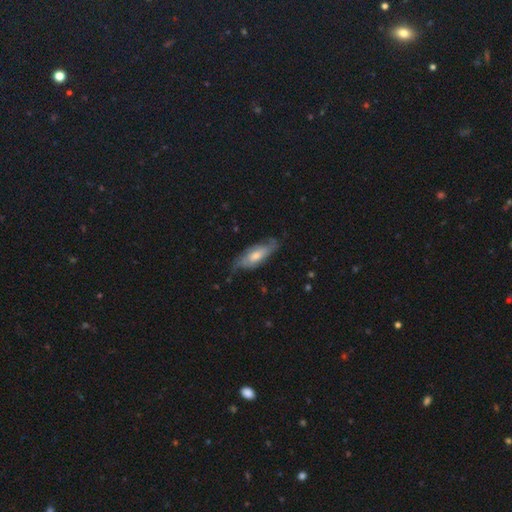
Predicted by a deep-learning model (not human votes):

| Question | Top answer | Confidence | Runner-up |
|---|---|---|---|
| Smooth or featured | featured or disk | 66% | smooth (28%) |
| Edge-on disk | no | 83% | yes (17%) |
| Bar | no | 65% | weak (29%) |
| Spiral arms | yes | 89% | no (11%) |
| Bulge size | moderate | 56% | small (28%) |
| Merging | none | 67% | minor disturbance (23%) |